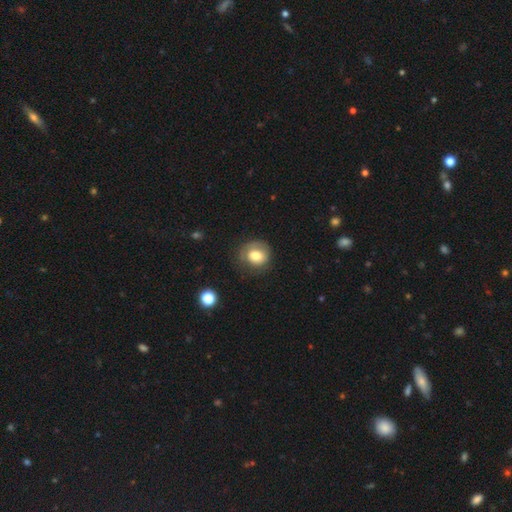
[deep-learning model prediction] Smooth or featured?
  - smooth: 70% *
  - featured or disk: 22%
  - star or artifact: 8%
How rounded?
  - round: 76% *
  - in between: 23%
  - cigar-shaped: 1%
Merging?
  - none: 63% *
  - minor disturbance: 23%
  - major disturbance: 12%
  - merger: 2%